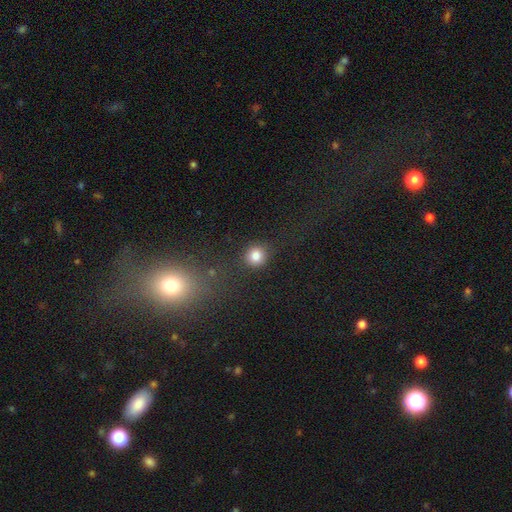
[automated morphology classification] Smooth or featured? Predicted: smooth (p=0.83). How rounded? Predicted: round (p=0.89). Merging? Predicted: none (p=0.84).